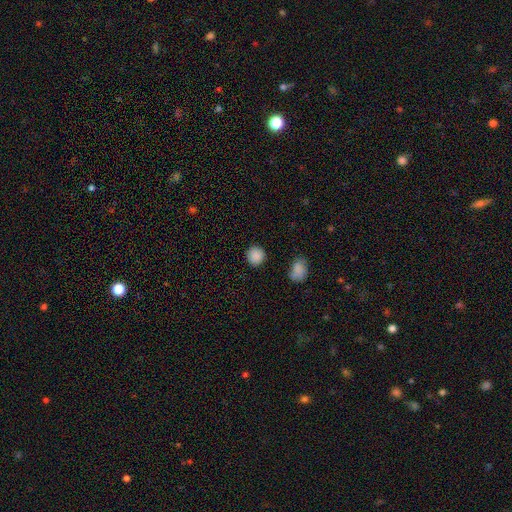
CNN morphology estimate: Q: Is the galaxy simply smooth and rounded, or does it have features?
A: smooth — 88%.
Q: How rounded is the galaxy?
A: round — 90%.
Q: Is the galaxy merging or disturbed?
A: none — 87%.